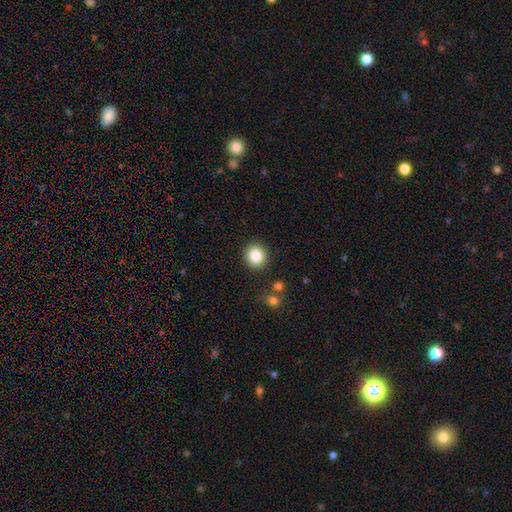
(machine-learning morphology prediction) Smooth or featured? Predicted: smooth (p=0.86). How rounded? Predicted: round (p=0.89). Merging? Predicted: none (p=0.89).